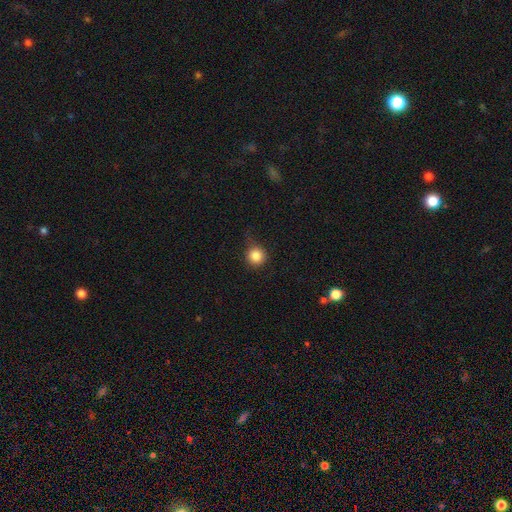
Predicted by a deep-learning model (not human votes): This is clearly a smooth galaxy (84%). How rounded: clearly round (94%). Merging: likely none (72%).